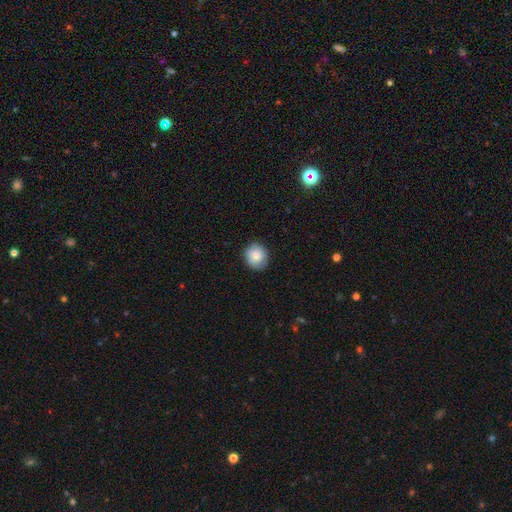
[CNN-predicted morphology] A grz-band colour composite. It shows a smooth galaxy with no disk features (83%) that is round (80%). Merging: none (86%).